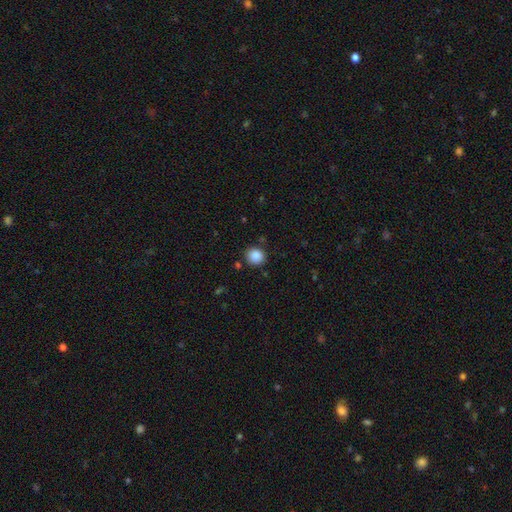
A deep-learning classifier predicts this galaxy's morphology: Smooth or featured? smooth (88%)
How rounded? round (85%)
Merging? none (85%)